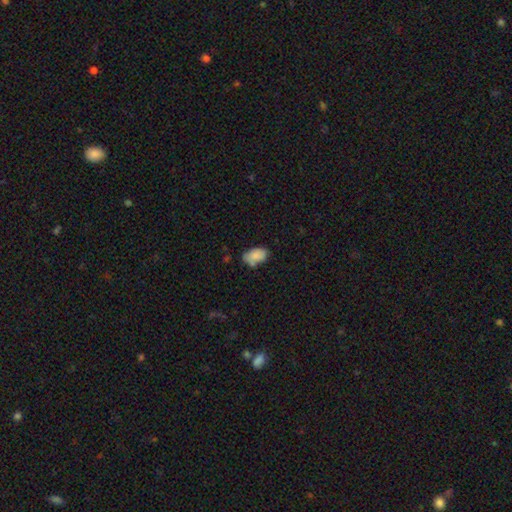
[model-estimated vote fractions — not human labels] Smooth or featured?
  - smooth: 84% *
  - featured or disk: 8%
  - star or artifact: 8%
How rounded?
  - in between: 92% *
  - round: 7%
  - cigar-shaped: 1%
Merging?
  - none: 58% *
  - minor disturbance: 28%
  - merger: 8%
  - major disturbance: 6%